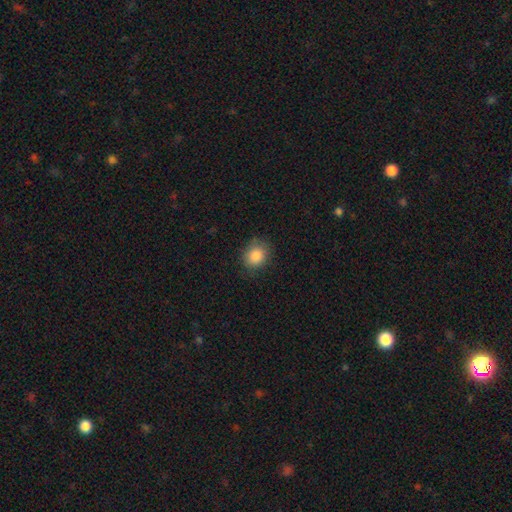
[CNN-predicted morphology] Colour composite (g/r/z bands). It shows a smooth galaxy with no disk features (87%) that is round (64%). Merging: none (81%).